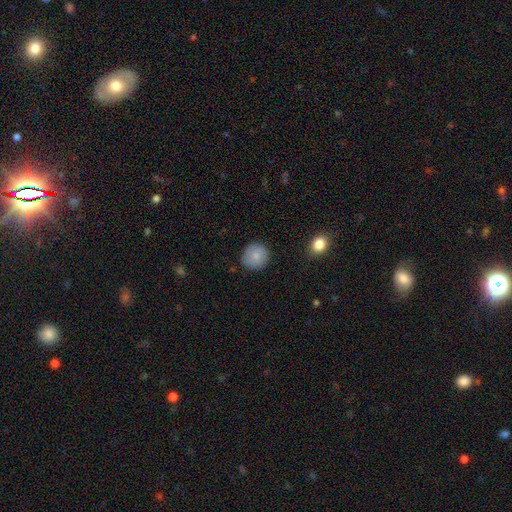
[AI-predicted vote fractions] This appears to be a smooth galaxy with no disk features (81%) that is round (91%). Merging: none (86%).